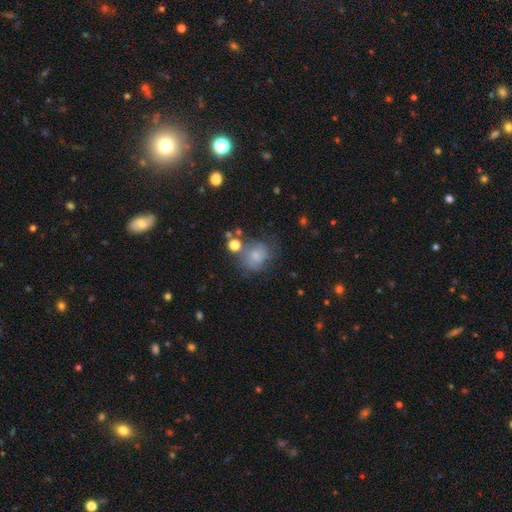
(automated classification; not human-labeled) Overall: smooth (63%; featured or disk 24%). How rounded: round (67%; in between 32%). Merging: none (49%; minor disturbance 24%).